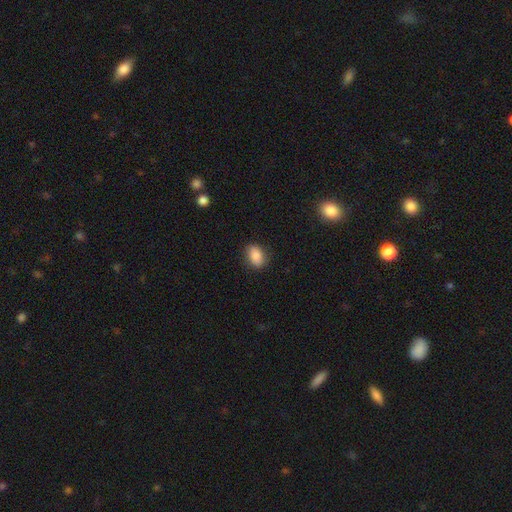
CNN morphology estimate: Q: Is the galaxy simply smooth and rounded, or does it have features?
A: smooth — 86%.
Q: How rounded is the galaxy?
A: in between — 83%.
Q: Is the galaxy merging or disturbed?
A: none — 84%.